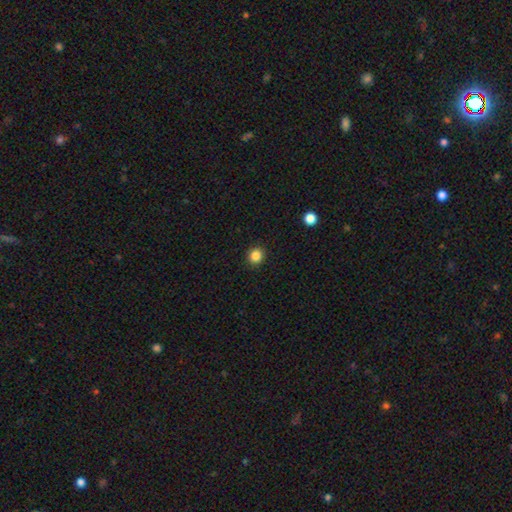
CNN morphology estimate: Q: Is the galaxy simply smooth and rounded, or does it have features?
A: smooth — 85%.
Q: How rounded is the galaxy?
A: round — 87%.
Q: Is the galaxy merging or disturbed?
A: none — 92%.